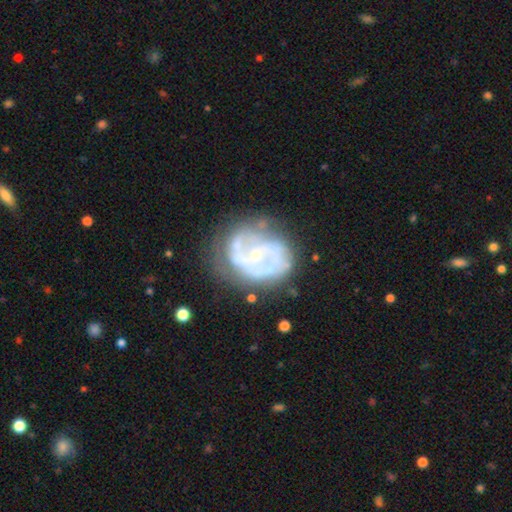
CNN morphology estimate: Smooth or featured? featured or disk (73%)
Edge-on disk? no (97%)
Bar? no (73%)
Spiral arms? yes (53%)
Bulge size? small (72%)
Merging? none (49%)